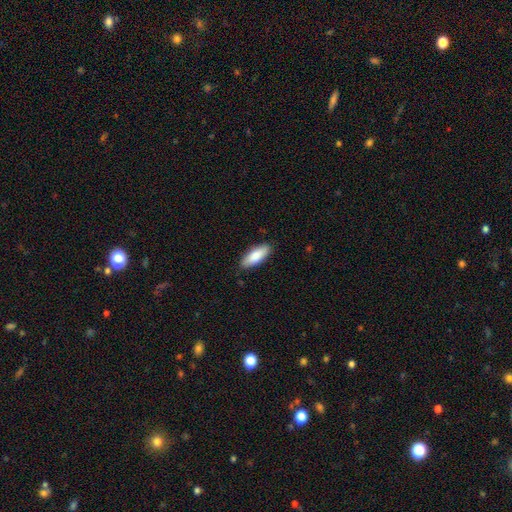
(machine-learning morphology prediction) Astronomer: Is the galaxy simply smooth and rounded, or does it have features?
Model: smooth — 82%.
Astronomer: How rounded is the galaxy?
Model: in between — 71%.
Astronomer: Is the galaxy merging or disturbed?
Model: none — 87%.